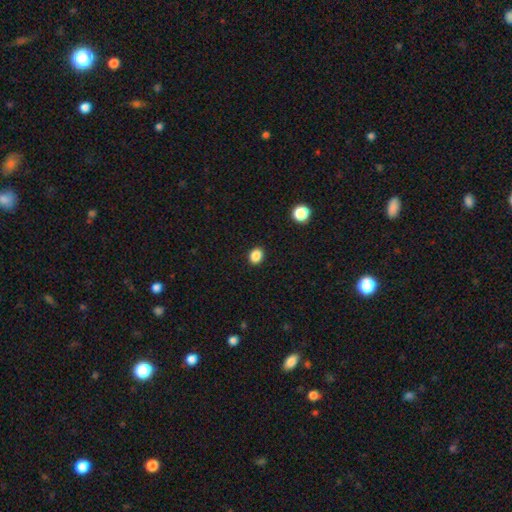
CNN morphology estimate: smooth-or-featured: smooth: 87% | star or artifact: 11% | featured or disk: 3%
  how-rounded: round: 57% | in between: 42% | cigar-shaped: 1%
  merging: none: 91% | minor disturbance: 6% | major disturbance: 2% | merger: 1%